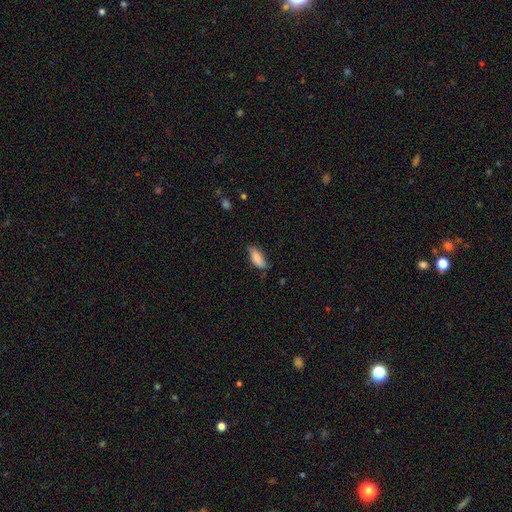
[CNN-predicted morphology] This appears to be a smooth galaxy with no disk features (78%) that is in between round and cigar-shaped (75%). Merging: none (64%).